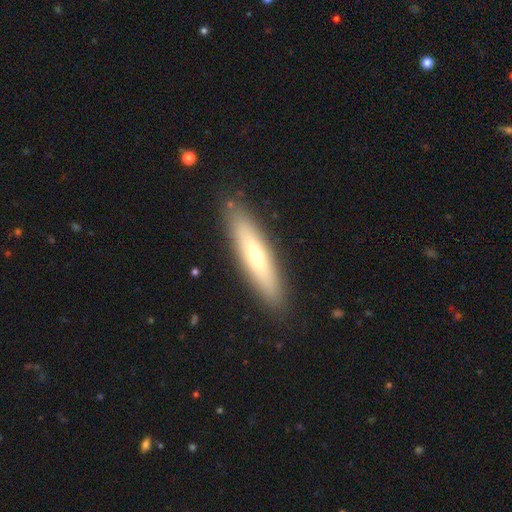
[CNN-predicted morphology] smooth_or_featured: smooth (p=0.57) [alt: featured or disk p=0.37]
how_rounded: cigar-shaped (p=0.81) [alt: in between p=0.17]
merging: none (p=0.89) [alt: minor disturbance p=0.08]